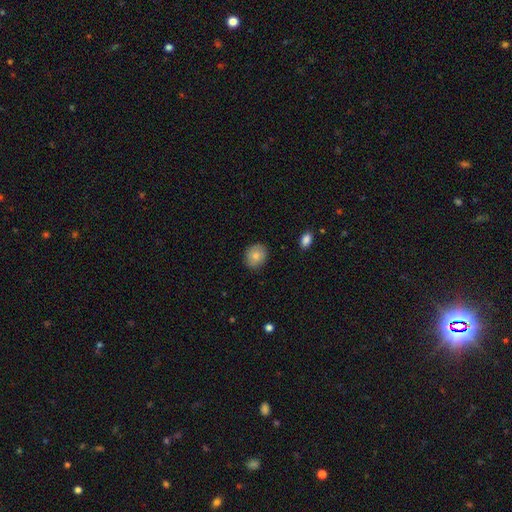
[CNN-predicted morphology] Smooth or featured?
  - smooth: 81% *
  - featured or disk: 11%
  - star or artifact: 8%
How rounded?
  - round: 63% *
  - in between: 36%
  - cigar-shaped: 1%
Merging?
  - none: 86% *
  - minor disturbance: 10%
  - major disturbance: 2%
  - merger: 1%